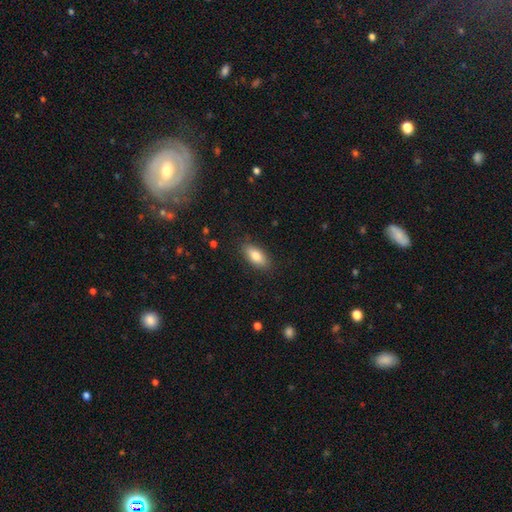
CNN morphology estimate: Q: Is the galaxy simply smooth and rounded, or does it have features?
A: smooth — 80%.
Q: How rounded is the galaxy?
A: in between — 84%.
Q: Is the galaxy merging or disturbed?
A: none — 86%.